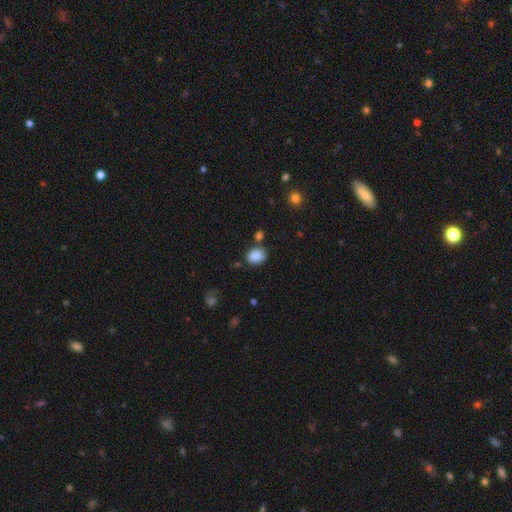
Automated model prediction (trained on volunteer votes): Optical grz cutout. It shows a smooth galaxy with no disk features (86%) that is in between round and cigar-shaped (51%). Merging: none (75%).